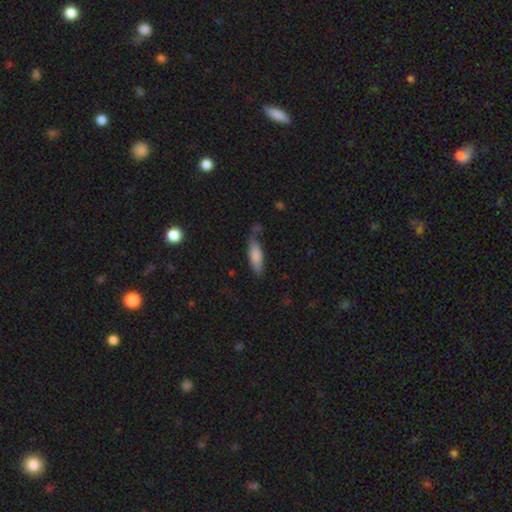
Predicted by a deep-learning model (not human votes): Smooth or featured? smooth (82%)
How rounded? in between (55%)
Merging? none (54%)